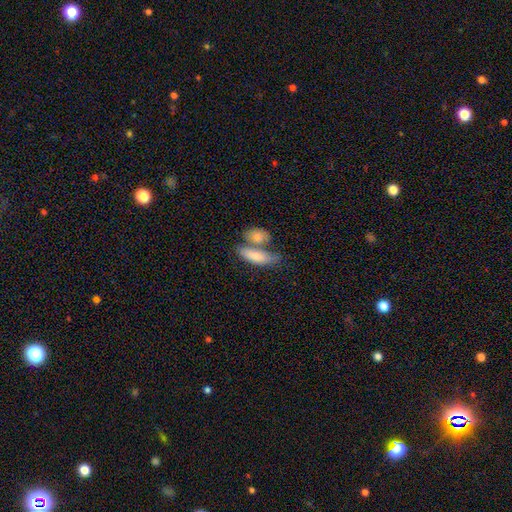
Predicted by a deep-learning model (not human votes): Q: Smooth or featured?
A: smooth (77%); runner-up: featured or disk (17%)
Q: How rounded?
A: in between (66%); runner-up: cigar-shaped (30%)
Q: Merging?
A: merger (49%); runner-up: none (34%)